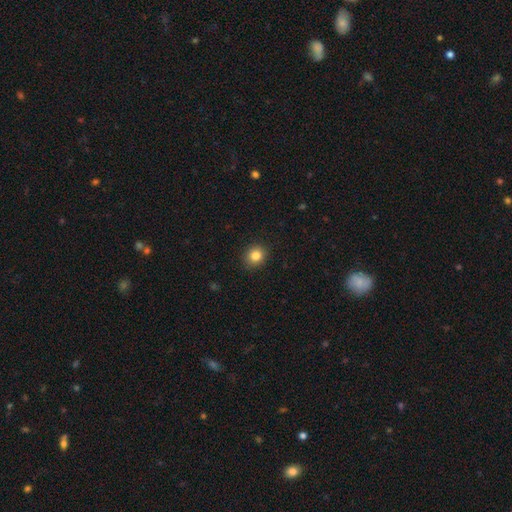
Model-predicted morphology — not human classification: This appears to be a smooth galaxy with no disk features (83%) that is round (79%). Merging: none (90%).